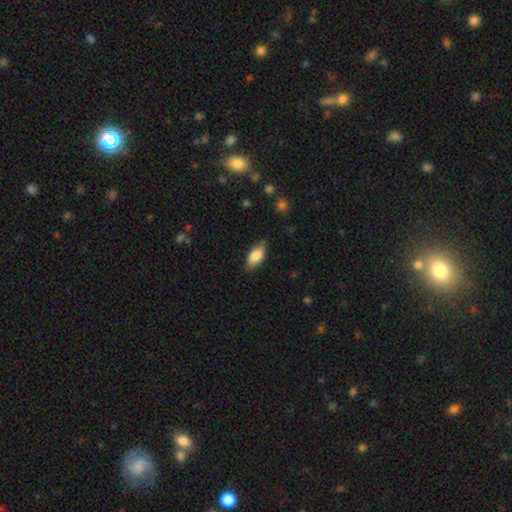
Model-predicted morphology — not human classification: Overall: smooth (84%). How rounded: in between (90%). Merging: none (80%).